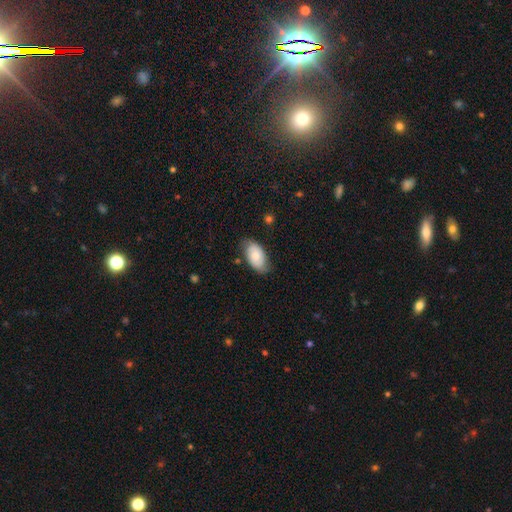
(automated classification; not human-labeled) A smooth galaxy with no disk features (73%) that is in between round and cigar-shaped (94%). Merging: none (72%).